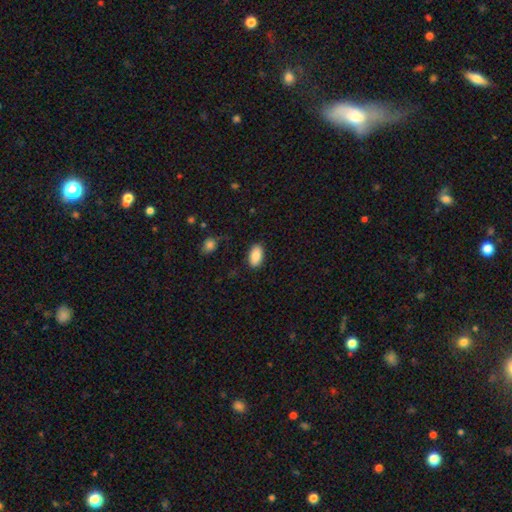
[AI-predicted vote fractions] This is clearly a smooth galaxy (88%). How rounded: clearly in between (94%). Merging: clearly none (87%).